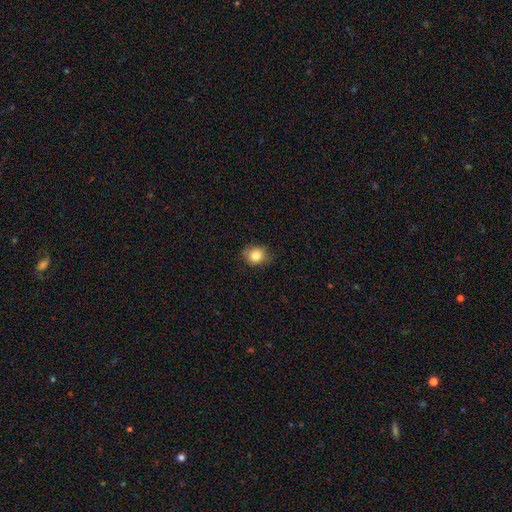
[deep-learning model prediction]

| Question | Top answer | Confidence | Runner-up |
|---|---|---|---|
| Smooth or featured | smooth | 83% | star or artifact (10%) |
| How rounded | round | 68% | in between (31%) |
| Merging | none | 80% | minor disturbance (16%) |